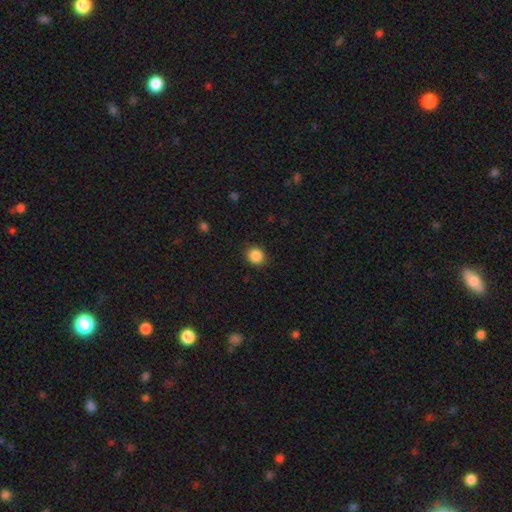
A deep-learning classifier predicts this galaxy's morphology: type=smooth (87%); roundness=round (79%); merging=none (88%).